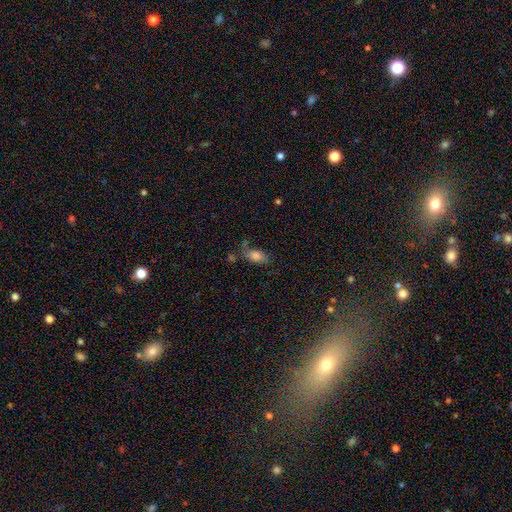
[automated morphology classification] The model was most divided on "merging": none: 52%, minor disturbance: 23%, major disturbance: 13%, merger: 13%. More confident: how rounded — in between (90%); smooth or featured — smooth (80%).